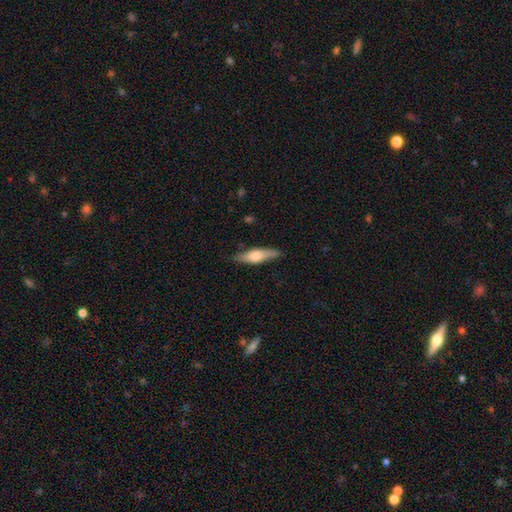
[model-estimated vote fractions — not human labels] This is possibly a smooth galaxy (51%). How rounded: likely cigar-shaped (66%). Merging: clearly none (83%).